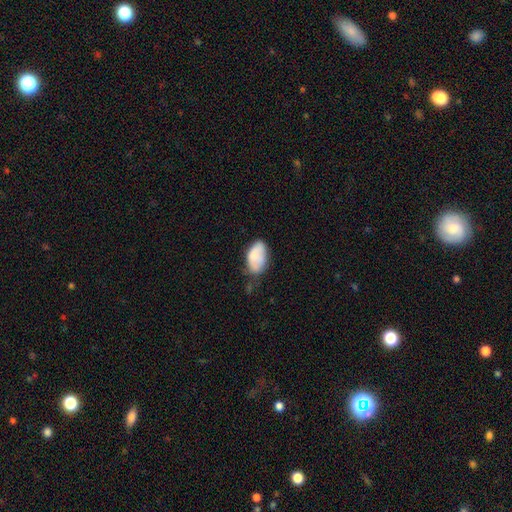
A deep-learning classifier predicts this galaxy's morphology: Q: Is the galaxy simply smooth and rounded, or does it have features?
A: smooth — 78%.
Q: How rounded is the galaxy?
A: in between — 94%.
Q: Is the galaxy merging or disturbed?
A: none — 50%.